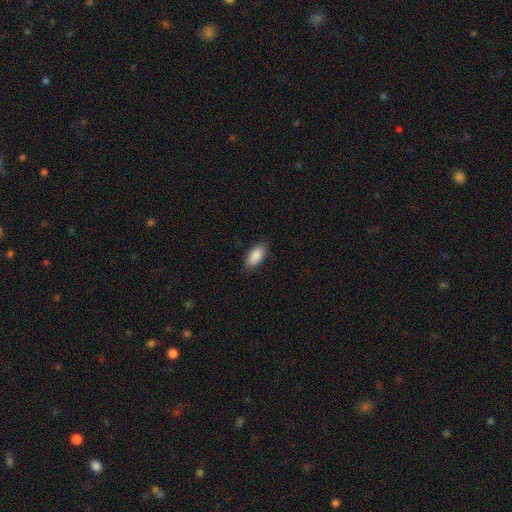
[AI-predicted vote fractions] This is clearly a smooth galaxy (89%). How rounded: clearly in between (92%). Merging: clearly none (84%).